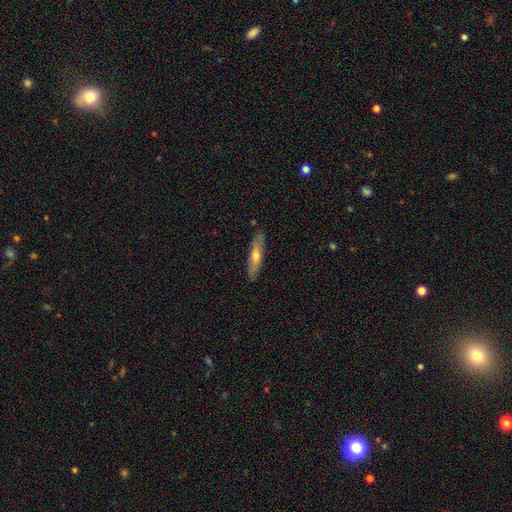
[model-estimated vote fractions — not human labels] The model was most divided on "smooth or featured": smooth: 51%, featured or disk: 43%, star or artifact: 6%. More confident: merging — none (87%); how rounded — cigar-shaped (83%).